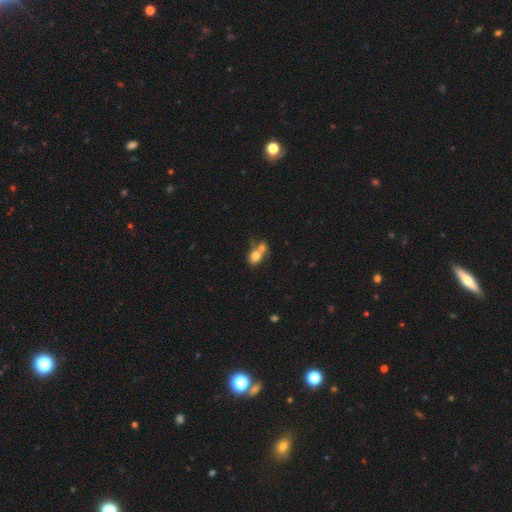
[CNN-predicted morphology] Smooth or featured?
  - smooth: 76% *
  - featured or disk: 15%
  - star or artifact: 9%
How rounded?
  - in between: 58% *
  - round: 40%
  - cigar-shaped: 2%
Merging?
  - merger: 65% *
  - none: 22%
  - minor disturbance: 8%
  - major disturbance: 5%